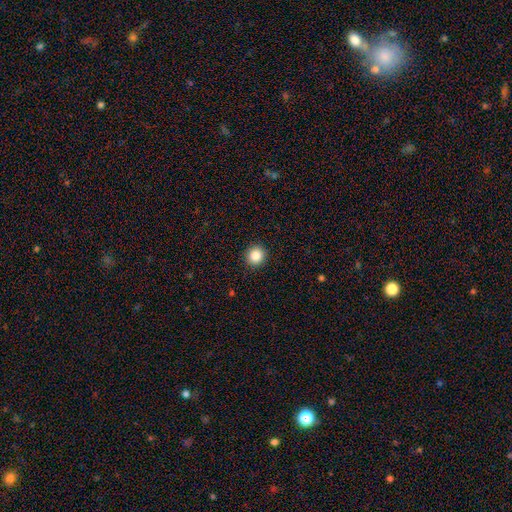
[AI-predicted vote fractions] This appears to be a smooth galaxy with no disk features (86%) that is round (93%). Merging: none (93%).